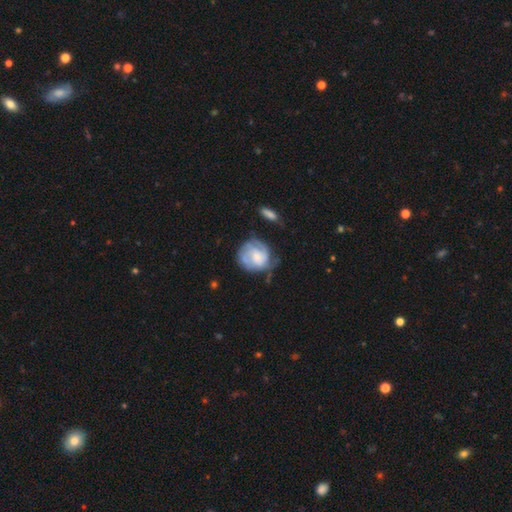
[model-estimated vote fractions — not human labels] Smooth or featured: featured or disk — 64% (smooth — 29%)
Edge-on disk: no — 98% (yes — 2%)
Bar: no — 66% (weak — 29%)
Spiral arms: yes — 82% (no — 18%)
Spiral winding: tight — 54% (medium — 33%)
Spiral arm count: can't tell — 40% (2 — 27%)
Bulge size: small — 38% (moderate — 37%)
Merging: none — 52% (minor disturbance — 27%)